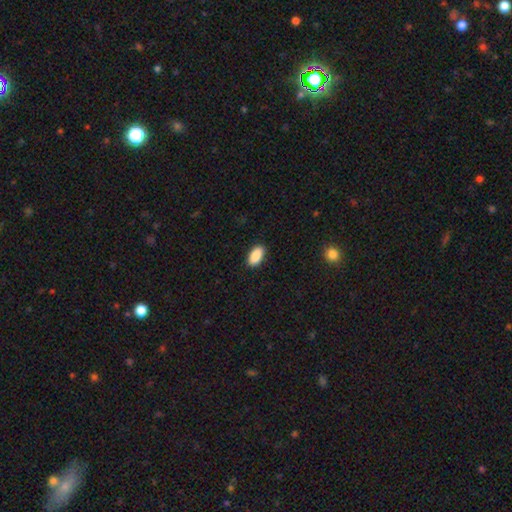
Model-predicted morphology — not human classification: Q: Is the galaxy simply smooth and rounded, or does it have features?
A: smooth — 90%.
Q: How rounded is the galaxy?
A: in between — 93%.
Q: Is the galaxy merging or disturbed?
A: none — 89%.